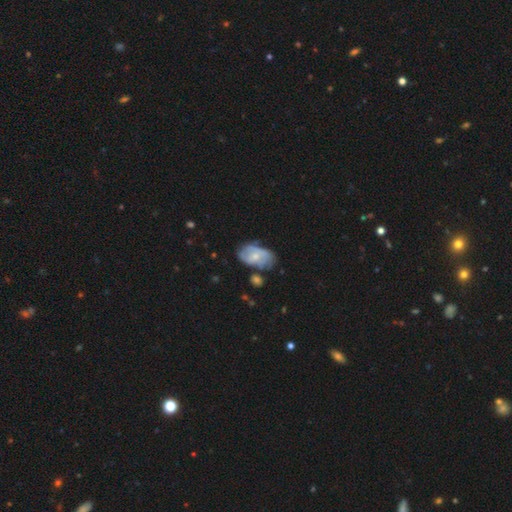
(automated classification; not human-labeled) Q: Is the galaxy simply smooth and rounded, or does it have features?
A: featured or disk — 55%.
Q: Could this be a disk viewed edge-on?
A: no — 96%.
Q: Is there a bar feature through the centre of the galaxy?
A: no — 67%.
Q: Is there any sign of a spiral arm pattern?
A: yes — 63%.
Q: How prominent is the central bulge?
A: small — 57%.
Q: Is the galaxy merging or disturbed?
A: none — 44%.